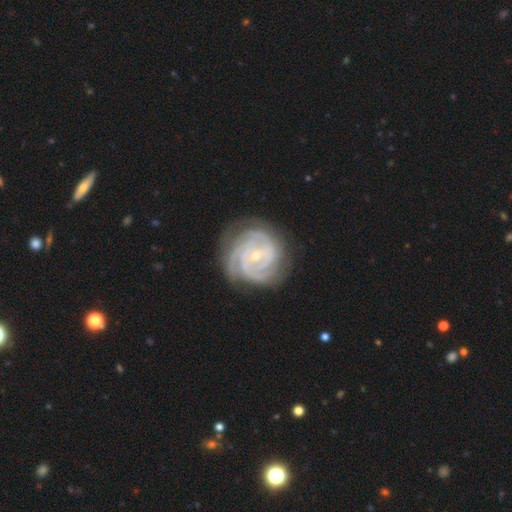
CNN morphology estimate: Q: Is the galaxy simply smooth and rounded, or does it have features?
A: featured or disk — 89%.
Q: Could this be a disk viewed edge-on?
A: no — 98%.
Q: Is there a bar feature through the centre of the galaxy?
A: no — 53%.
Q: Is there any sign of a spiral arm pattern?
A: yes — 98%.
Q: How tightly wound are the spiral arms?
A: tight — 79%.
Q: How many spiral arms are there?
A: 3 — 30%.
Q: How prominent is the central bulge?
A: small — 73%.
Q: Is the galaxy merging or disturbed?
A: none — 75%.